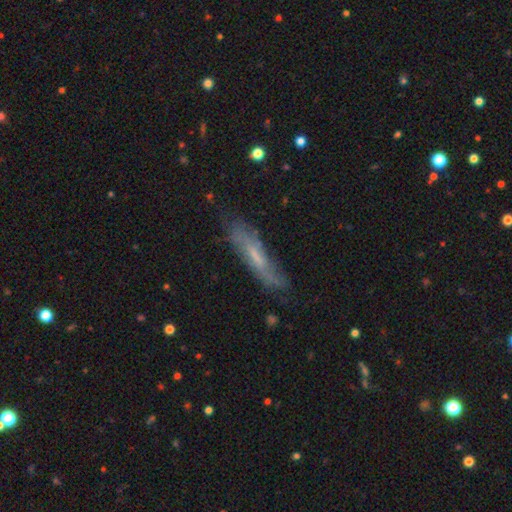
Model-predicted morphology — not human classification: smooth-or-featured: featured or disk: 51% | smooth: 41% | star or artifact: 8%
  disk-edge-on: yes: 51% | no: 49%
  merging: none: 69% | minor disturbance: 22% | major disturbance: 7% | merger: 2%